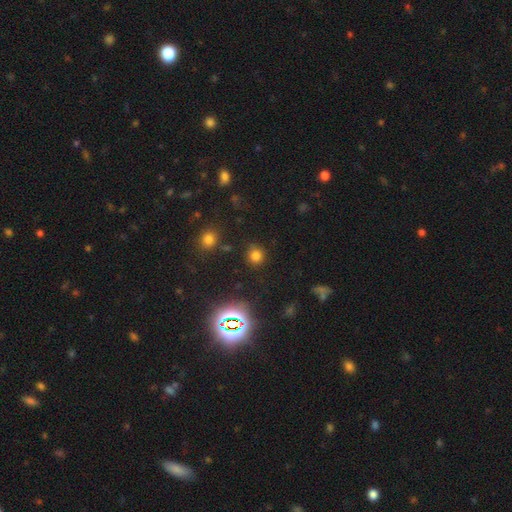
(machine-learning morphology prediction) A smooth galaxy with no disk features (70%) that is round (83%). Merging: none (83%).